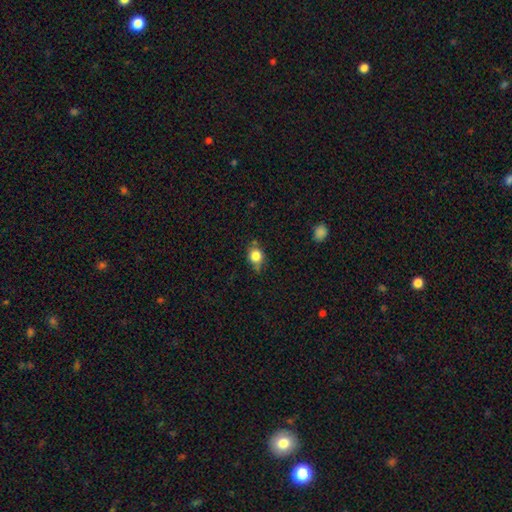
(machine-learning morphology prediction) This appears to be a smooth galaxy with no disk features (79%) that is round (69%). Merging: none (62%).